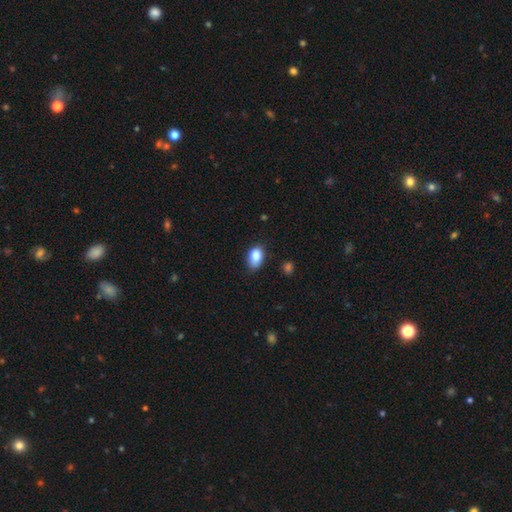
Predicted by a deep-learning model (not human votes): This appears to be a smooth galaxy with no disk features (86%) that is in between round and cigar-shaped (85%). Merging: none (70%).